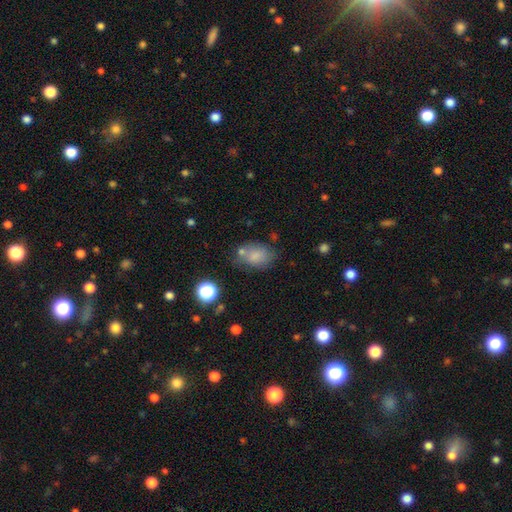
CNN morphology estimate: A smooth galaxy with no disk features (77%) that is in between round and cigar-shaped (78%).

Vote fractions:
- Smooth or featured? smooth: 77% / star or artifact: 12% / featured or disk: 11%
- How rounded? in between: 78% / round: 21% / cigar-shaped: 1%
- Merging? none: 56% / minor disturbance: 22% / merger: 14% / major disturbance: 8%